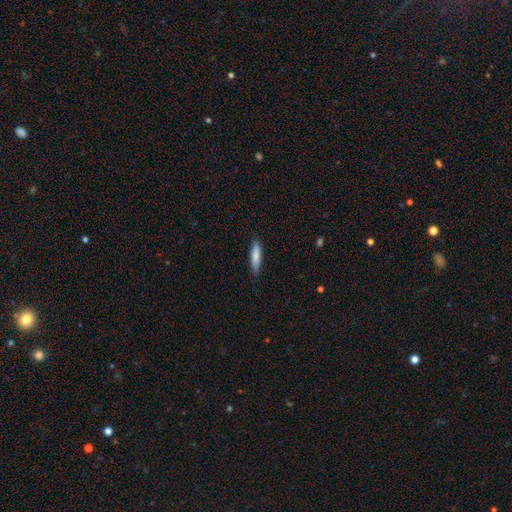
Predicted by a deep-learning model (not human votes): Q: Smooth or featured?
A: smooth (79%); runner-up: featured or disk (16%)
Q: How rounded?
A: cigar-shaped (78%); runner-up: in between (21%)
Q: Merging?
A: none (86%); runner-up: minor disturbance (11%)